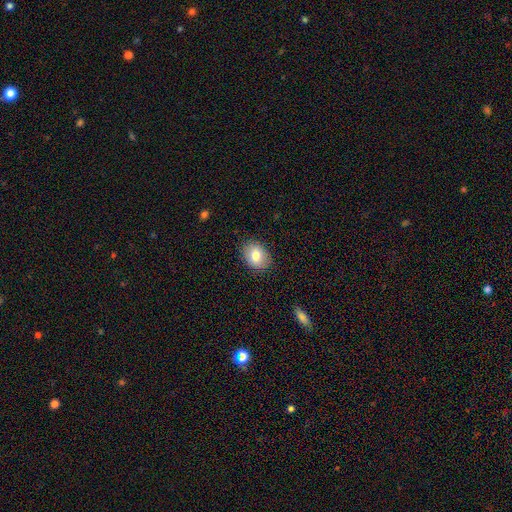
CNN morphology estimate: Overall: smooth (81%). How rounded: in between (64%; round 35%). Merging: none (86%).